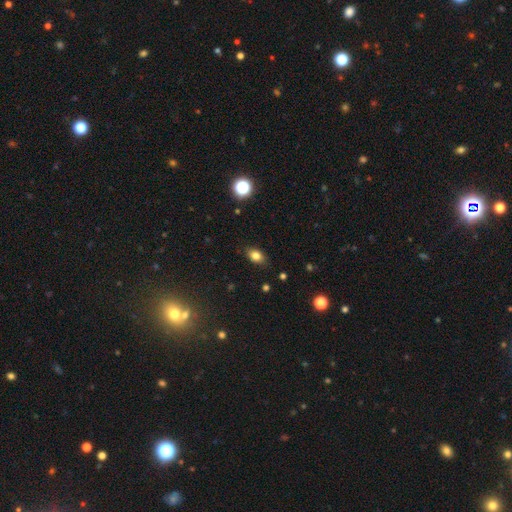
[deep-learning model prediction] The model was most divided on "how rounded": in between: 80%, round: 17%, cigar-shaped: 2%. More confident: merging — none (84%); smooth or featured — smooth (81%).